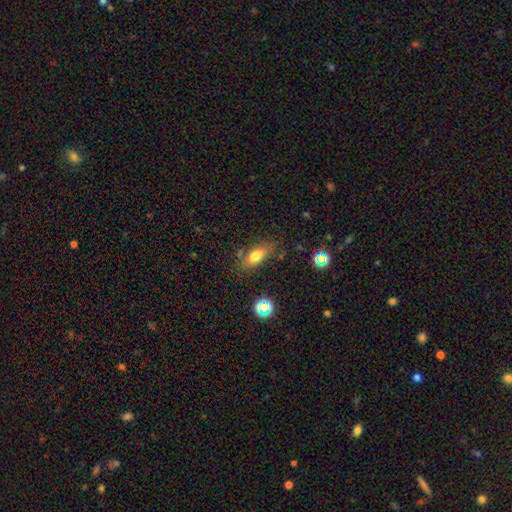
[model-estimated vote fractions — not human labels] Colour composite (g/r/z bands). It shows a smooth galaxy with no disk features (70%) that is in between round and cigar-shaped (77%). Merging: none (75%).